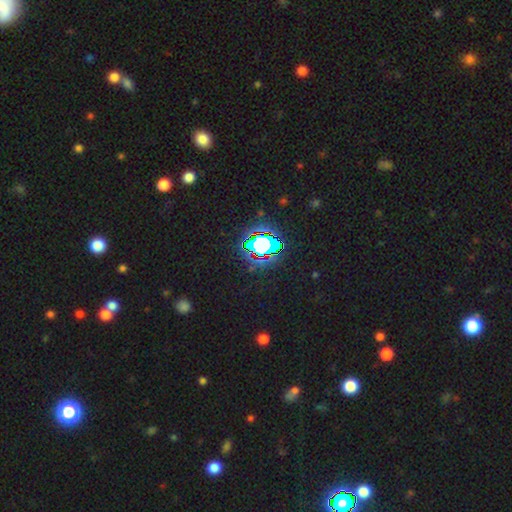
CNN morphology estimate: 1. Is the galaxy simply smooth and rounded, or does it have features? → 80% star or artifact, 13% smooth, 7% featured or disk.